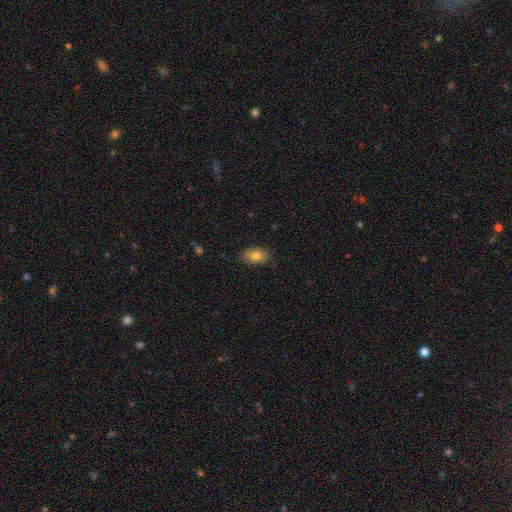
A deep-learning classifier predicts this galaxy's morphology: Q: Smooth or featured?
A: smooth (81%); runner-up: featured or disk (11%)
Q: How rounded?
A: in between (89%); runner-up: round (9%)
Q: Merging?
A: none (85%); runner-up: minor disturbance (12%)